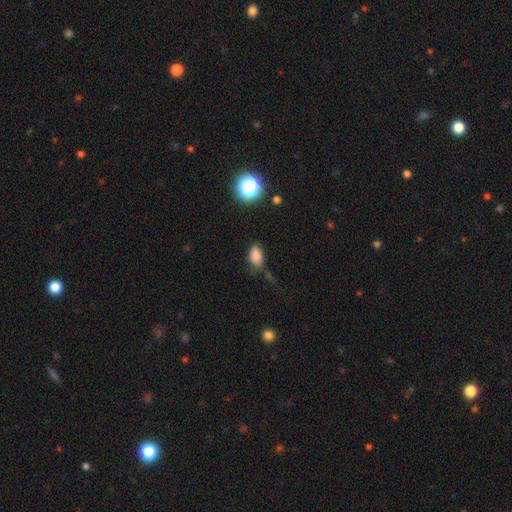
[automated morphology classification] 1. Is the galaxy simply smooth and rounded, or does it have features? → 82% smooth, 12% star or artifact, 6% featured or disk.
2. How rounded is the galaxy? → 88% in between, 10% round, 2% cigar-shaped.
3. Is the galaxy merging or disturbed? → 63% none, 25% minor disturbance, 7% major disturbance, 5% merger.